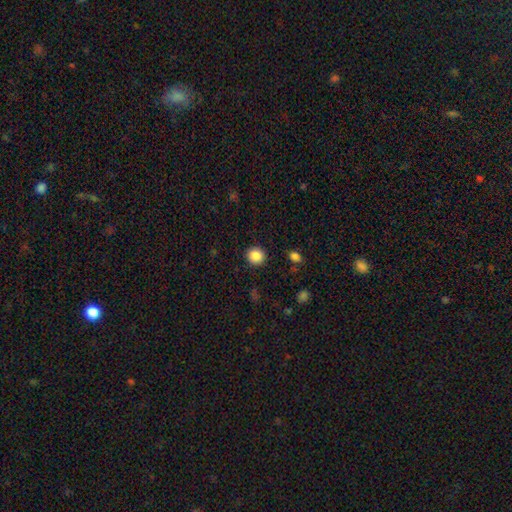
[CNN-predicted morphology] A smooth galaxy with no disk features (87%) that is round (88%).

Vote fractions:
- Smooth or featured? smooth: 87% / star or artifact: 10% / featured or disk: 3%
- How rounded? round: 88% / in between: 11% / cigar-shaped: 1%
- Merging? none: 91% / minor disturbance: 6% / major disturbance: 2% / merger: 1%